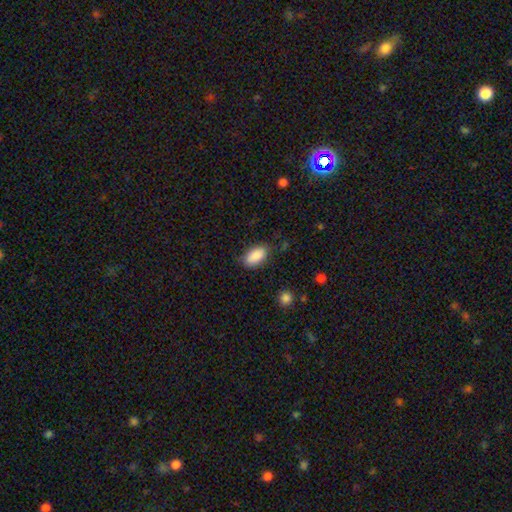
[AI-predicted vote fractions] smooth_or_featured: smooth (p=0.89) [alt: star or artifact p=0.07]
how_rounded: in between (p=0.93) [alt: cigar-shaped p=0.03]
merging: none (p=0.81) [alt: minor disturbance p=0.14]